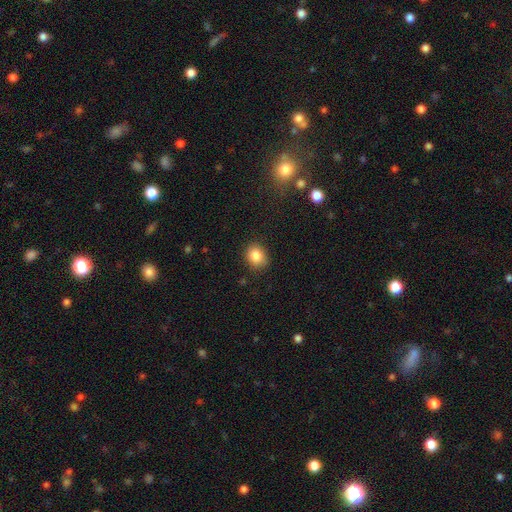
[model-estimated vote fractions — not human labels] smooth-or-featured: smooth: 85% | star or artifact: 10% | featured or disk: 5%
  how-rounded: round: 59% | in between: 40% | cigar-shaped: 1%
  merging: none: 86% | minor disturbance: 10% | major disturbance: 3% | merger: 1%